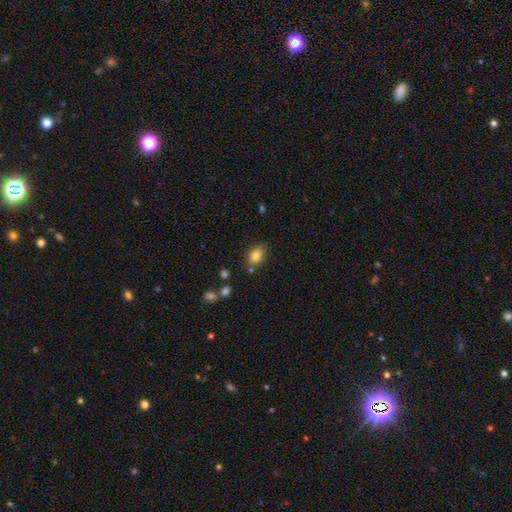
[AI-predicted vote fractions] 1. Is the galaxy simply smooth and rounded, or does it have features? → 83% smooth, 9% star or artifact, 8% featured or disk.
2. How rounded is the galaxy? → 76% in between, 23% round, 1% cigar-shaped.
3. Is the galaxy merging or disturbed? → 74% none, 16% minor disturbance, 6% merger, 4% major disturbance.